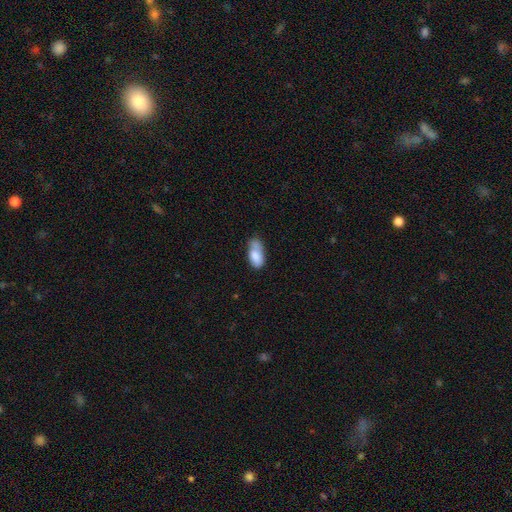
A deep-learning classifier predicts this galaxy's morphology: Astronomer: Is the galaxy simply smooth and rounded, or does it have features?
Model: smooth — 79%.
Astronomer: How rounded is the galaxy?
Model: in between — 90%.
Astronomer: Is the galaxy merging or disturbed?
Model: none — 38% (runner-up: minor disturbance, 29%).